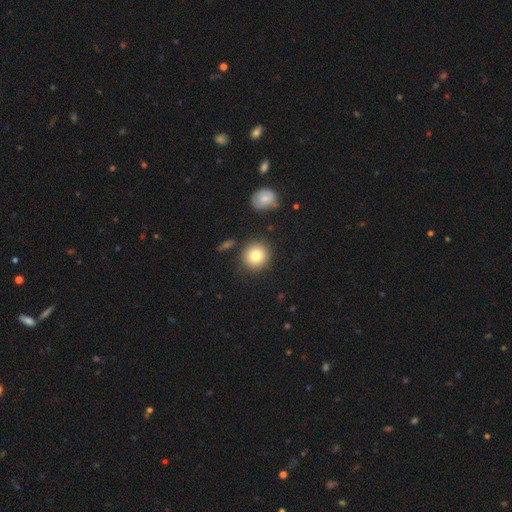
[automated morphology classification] A smooth galaxy with no disk features (82%) that is round (91%).

Vote fractions:
- Smooth or featured? smooth: 82% / featured or disk: 9% / star or artifact: 9%
- How rounded? round: 91% / in between: 8% / cigar-shaped: 1%
- Merging? none: 86% / minor disturbance: 8% / merger: 3% / major disturbance: 3%